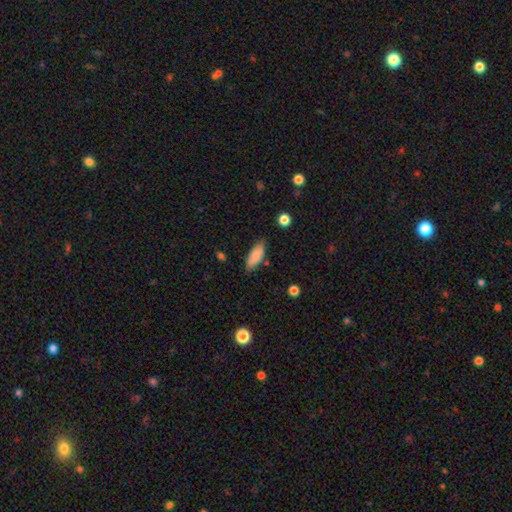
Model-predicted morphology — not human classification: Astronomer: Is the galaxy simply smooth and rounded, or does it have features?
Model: smooth — 86%.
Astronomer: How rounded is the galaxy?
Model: in between — 75%.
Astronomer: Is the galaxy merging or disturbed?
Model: none — 80%.